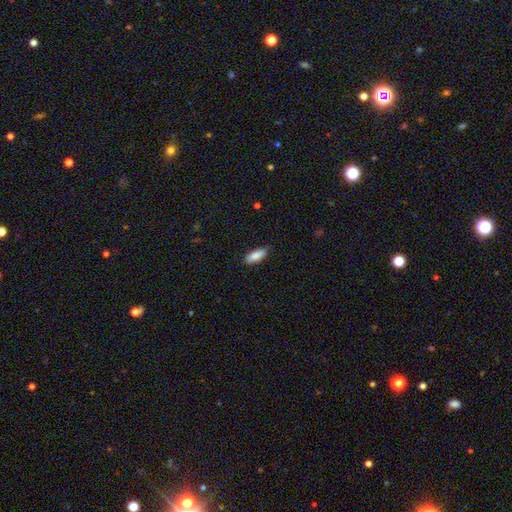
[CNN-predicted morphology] Smooth or featured? smooth (85%)
How rounded? in between (69%)
Merging? none (85%)